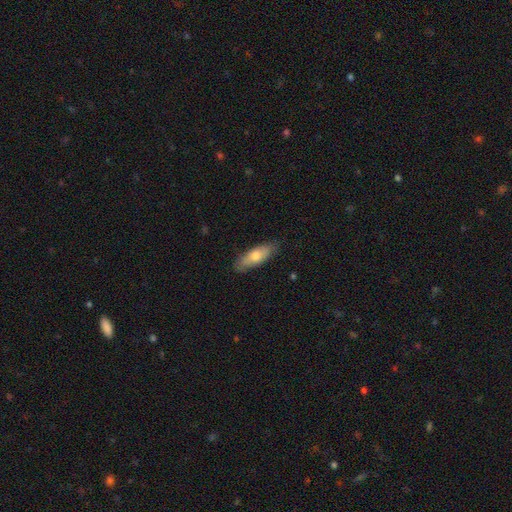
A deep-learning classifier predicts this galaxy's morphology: This appears to be a smooth galaxy with no disk features (64%) that is in between round and cigar-shaped (60%). Merging: none (83%).